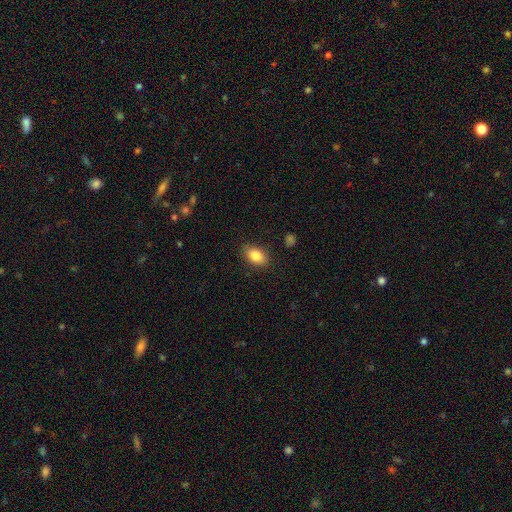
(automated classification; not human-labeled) Q: Smooth or featured?
A: smooth (85%); runner-up: star or artifact (8%)
Q: How rounded?
A: in between (86%); runner-up: round (13%)
Q: Merging?
A: none (85%); runner-up: minor disturbance (11%)